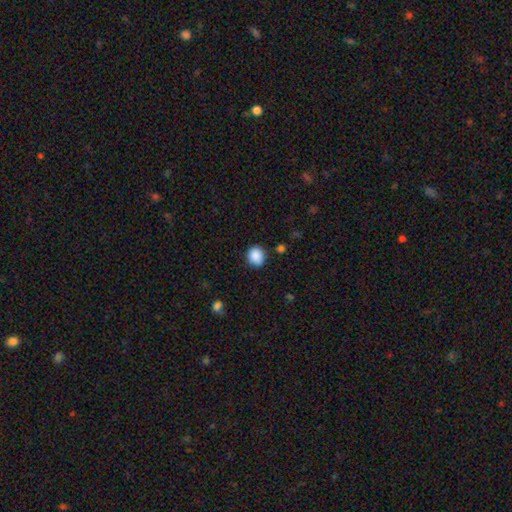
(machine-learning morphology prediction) A smooth galaxy with no disk features (89%) that is round (78%). Merging: none (87%).